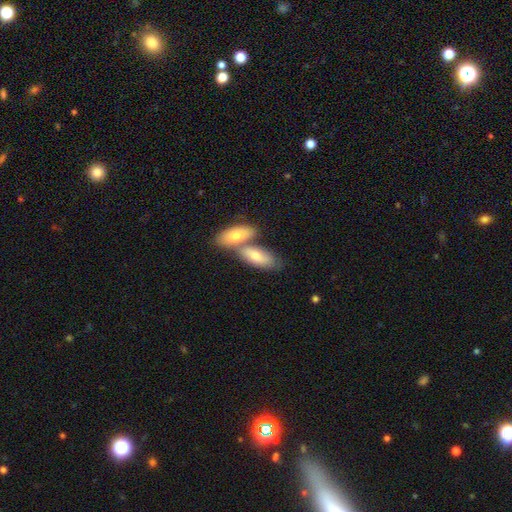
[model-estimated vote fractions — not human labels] This is likely a smooth galaxy (74%). How rounded: likely in between (78%). Merging: possibly merger (53%).